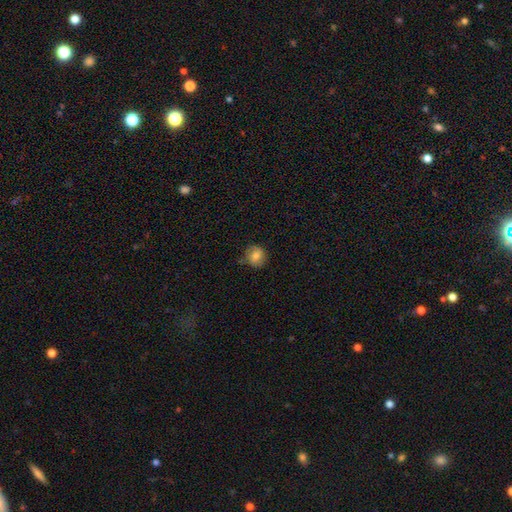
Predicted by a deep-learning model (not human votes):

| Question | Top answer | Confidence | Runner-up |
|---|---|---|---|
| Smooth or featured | smooth | 78% | featured or disk (12%) |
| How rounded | round | 83% | in between (16%) |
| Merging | none | 78% | minor disturbance (16%) |